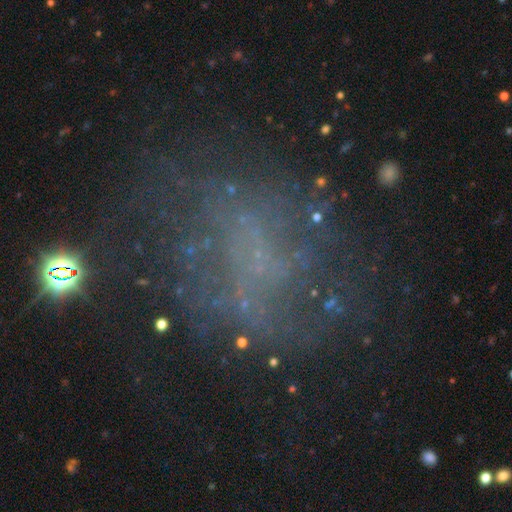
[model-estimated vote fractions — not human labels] Smooth or featured?
  - featured or disk: 50% *
  - star or artifact: 28%
  - smooth: 22%
Edge-on disk?
  - no: 97% *
  - yes: 3%
Merging?
  - none: 54% *
  - major disturbance: 24%
  - minor disturbance: 18%
  - merger: 4%